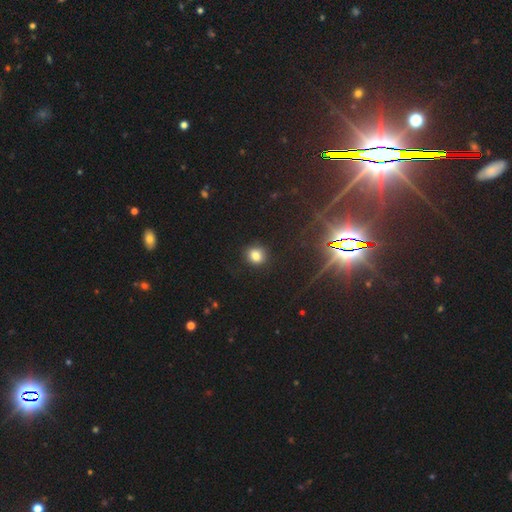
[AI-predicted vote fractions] smooth 80%, star or artifact 14%, featured or disk 6%. Down the decision tree: how rounded — round (82%); merging — none (89%).